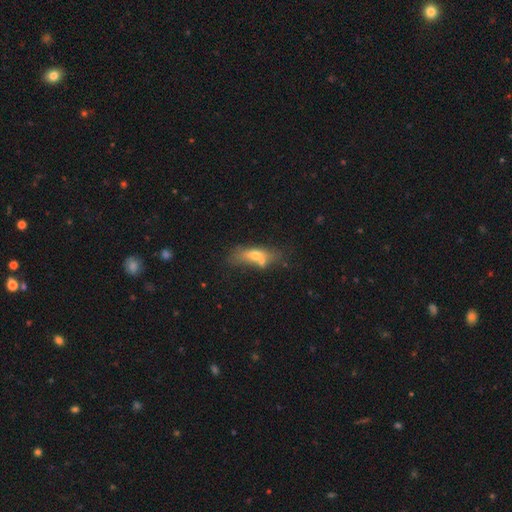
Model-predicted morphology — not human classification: Smooth or featured? smooth (54%)
How rounded? in between (60%)
Merging? none (43%)